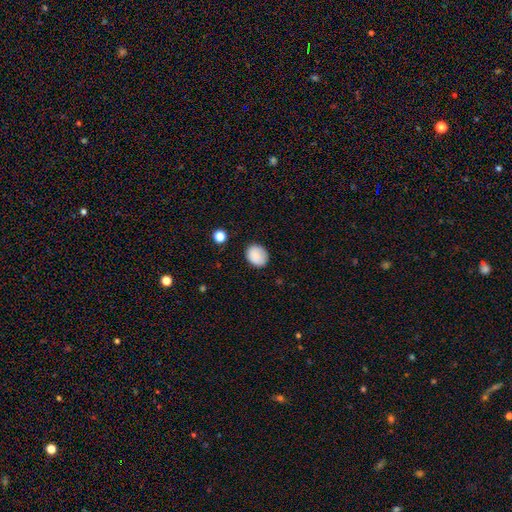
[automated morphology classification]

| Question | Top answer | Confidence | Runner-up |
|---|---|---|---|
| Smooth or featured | smooth | 86% | star or artifact (8%) |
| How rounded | round | 60% | in between (39%) |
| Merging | none | 83% | minor disturbance (13%) |